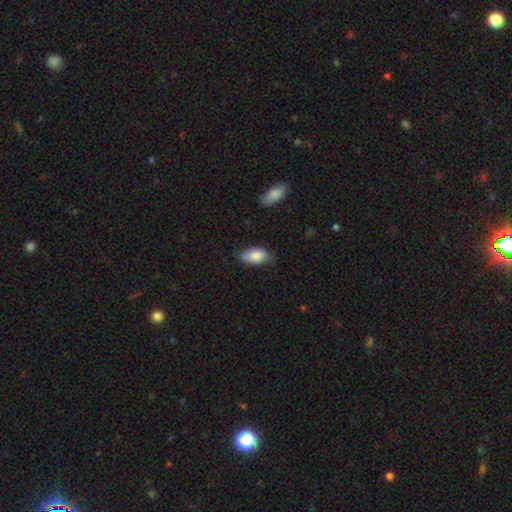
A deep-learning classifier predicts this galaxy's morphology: The model was most divided on "merging": none: 72%, minor disturbance: 23%, major disturbance: 4%, merger: 2%. More confident: how rounded — in between (92%); smooth or featured — smooth (85%).